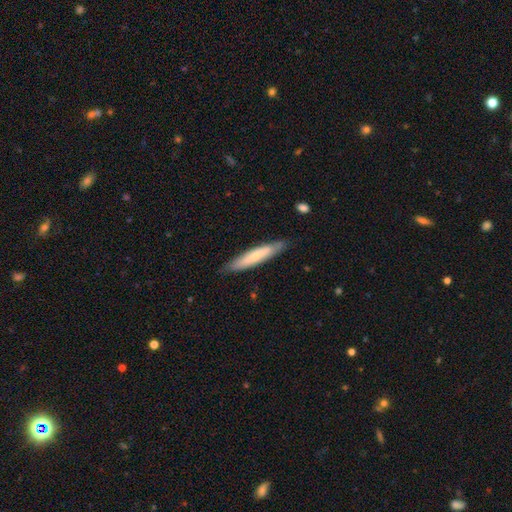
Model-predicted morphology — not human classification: Smooth or featured? smooth (62%)
How rounded? cigar-shaped (89%)
Merging? none (85%)